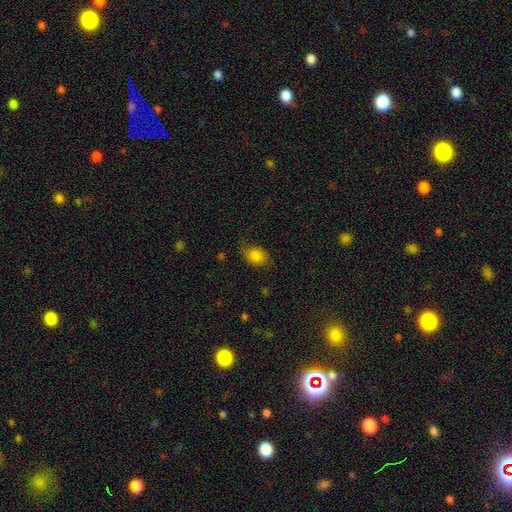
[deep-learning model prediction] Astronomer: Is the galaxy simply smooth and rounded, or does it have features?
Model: smooth — 82%.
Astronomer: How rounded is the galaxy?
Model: in between — 57% (runner-up: round, 42%).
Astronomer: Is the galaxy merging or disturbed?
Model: none — 68%.